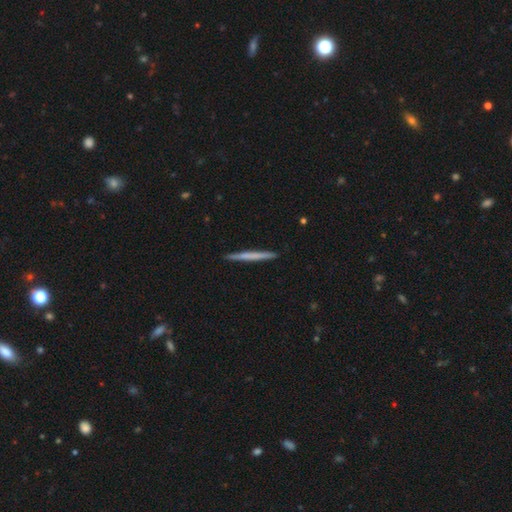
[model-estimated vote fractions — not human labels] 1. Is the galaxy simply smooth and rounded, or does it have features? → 44% featured or disk, 43% smooth, 12% star or artifact.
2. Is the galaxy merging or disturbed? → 88% none, 8% minor disturbance, 2% major disturbance, 2% merger.